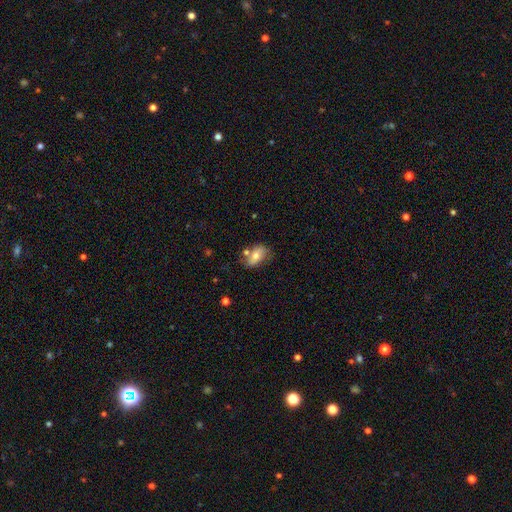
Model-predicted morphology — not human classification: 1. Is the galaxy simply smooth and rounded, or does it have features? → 60% smooth, 31% featured or disk, 8% star or artifact.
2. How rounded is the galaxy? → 86% in between, 11% round, 3% cigar-shaped.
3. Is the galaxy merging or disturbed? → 59% none, 21% minor disturbance, 13% merger, 7% major disturbance.